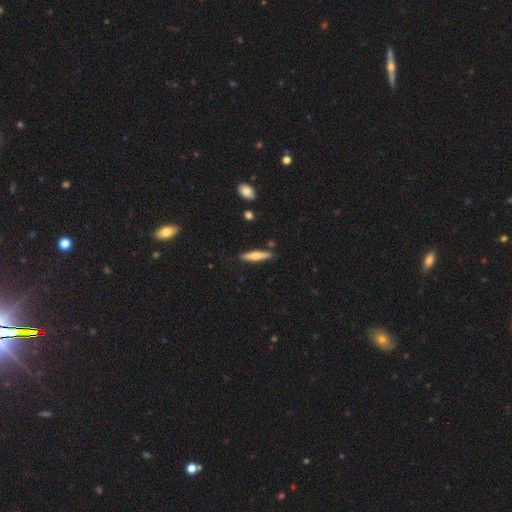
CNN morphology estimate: smooth 55%, featured or disk 40%, star or artifact 6%. Down the decision tree: how rounded — cigar-shaped (83%); merging — none (85%).